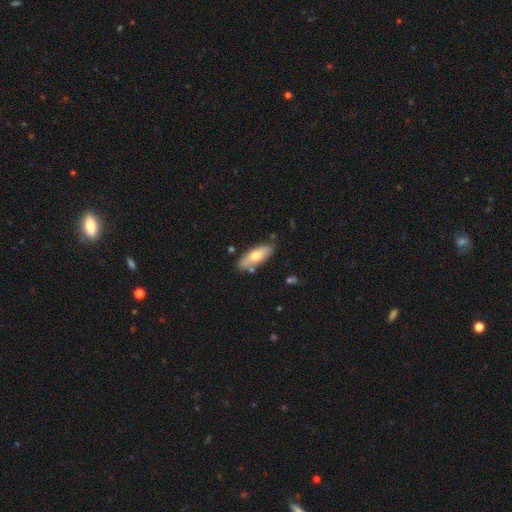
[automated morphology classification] smooth-or-featured: smooth: 69% | featured or disk: 25% | star or artifact: 6%
  how-rounded: in between: 70% | cigar-shaped: 28% | round: 2%
  merging: none: 79% | minor disturbance: 14% | merger: 4% | major disturbance: 3%